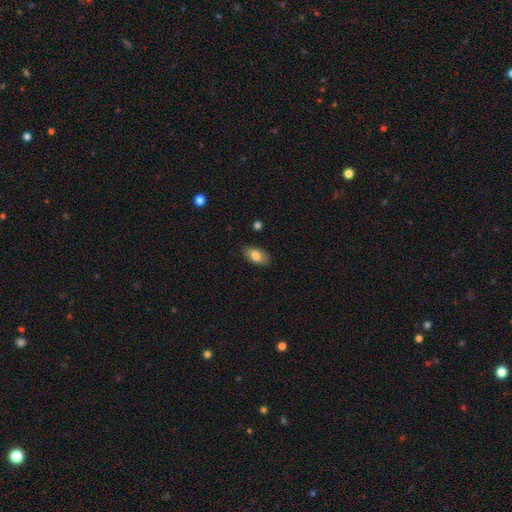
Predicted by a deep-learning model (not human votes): smooth-or-featured: smooth: 80% | featured or disk: 13% | star or artifact: 7%
  how-rounded: in between: 92% | round: 4% | cigar-shaped: 4%
  merging: none: 86% | minor disturbance: 11% | major disturbance: 2% | merger: 1%